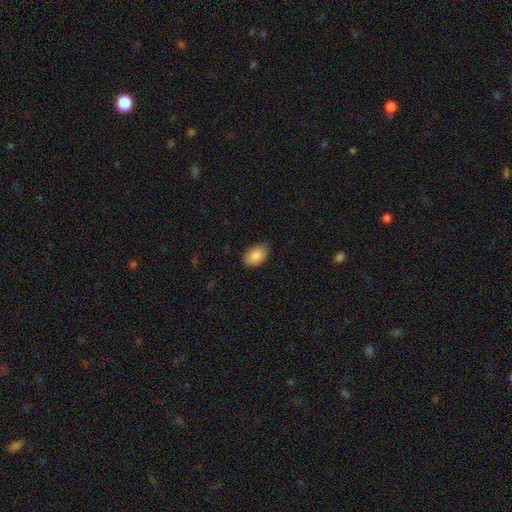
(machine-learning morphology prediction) A smooth galaxy with no disk features (87%) that is in between round and cigar-shaped (89%).

Vote fractions:
- Smooth or featured? smooth: 87% / star or artifact: 7% / featured or disk: 6%
- How rounded? in between: 89% / round: 10% / cigar-shaped: 1%
- Merging? none: 85% / minor disturbance: 12% / major disturbance: 2% / merger: 1%